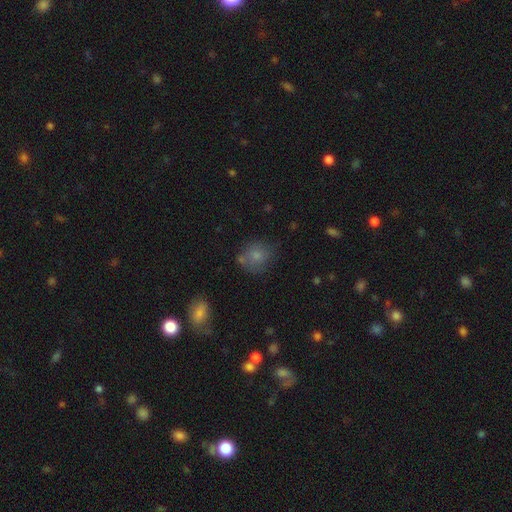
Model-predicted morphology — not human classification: A smooth galaxy with no disk features (77%) that is round (75%).

Vote fractions:
- Smooth or featured? smooth: 77% / featured or disk: 12% / star or artifact: 12%
- How rounded? round: 75% / in between: 24% / cigar-shaped: 1%
- Merging? none: 62% / minor disturbance: 19% / merger: 12% / major disturbance: 7%